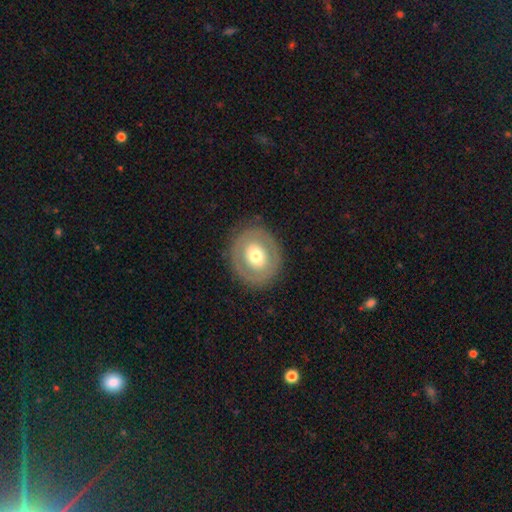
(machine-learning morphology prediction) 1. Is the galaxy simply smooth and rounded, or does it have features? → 51% smooth, 43% featured or disk, 7% star or artifact.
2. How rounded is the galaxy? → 78% round, 21% in between, 1% cigar-shaped.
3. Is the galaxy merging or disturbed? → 84% none, 9% minor disturbance, 5% major disturbance, 1% merger.